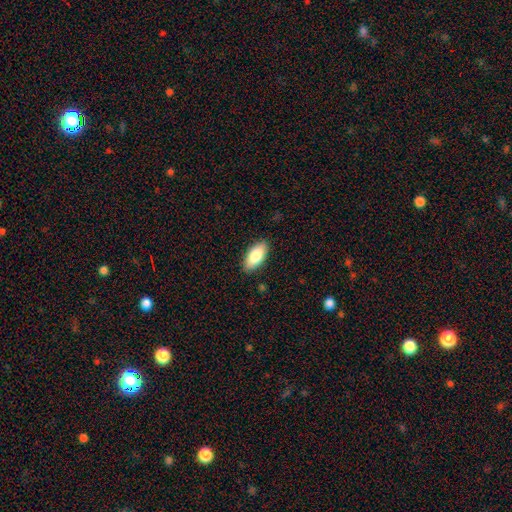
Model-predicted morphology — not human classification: Smooth or featured: smooth — 83% (featured or disk — 11%)
How rounded: in between — 91% (cigar-shaped — 7%)
Merging: none — 87% (minor disturbance — 10%)